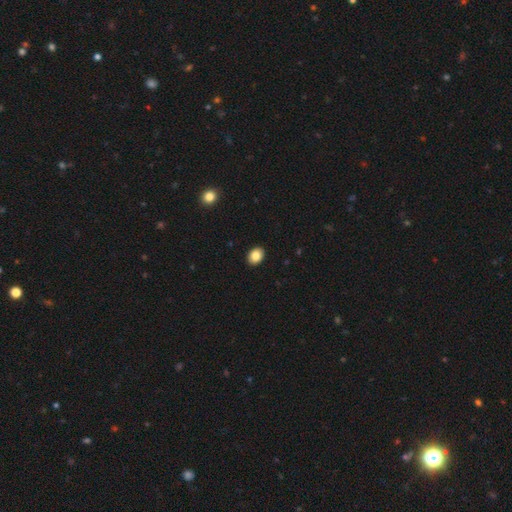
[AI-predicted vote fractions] smooth 86%, star or artifact 8%, featured or disk 6%. Down the decision tree: how rounded — in between (65%); merging — none (91%).